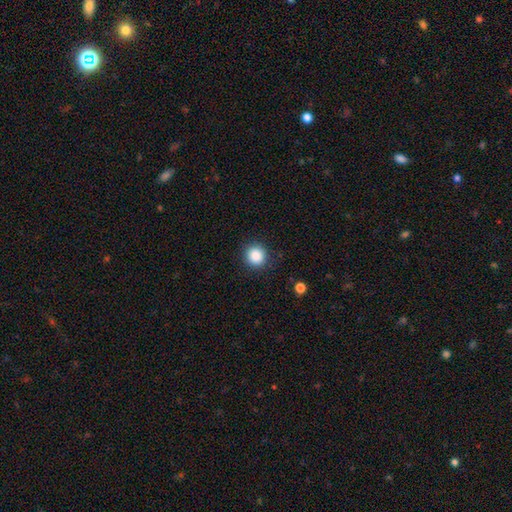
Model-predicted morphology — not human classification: This appears to be a smooth galaxy with no disk features (87%) that is round (92%). Merging: none (89%).